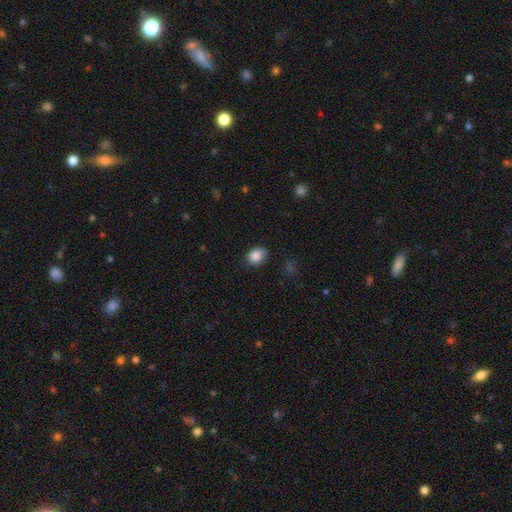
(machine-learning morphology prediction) smooth 87%, star or artifact 9%, featured or disk 4%. Down the decision tree: how rounded — in between (57%); merging — none (83%).